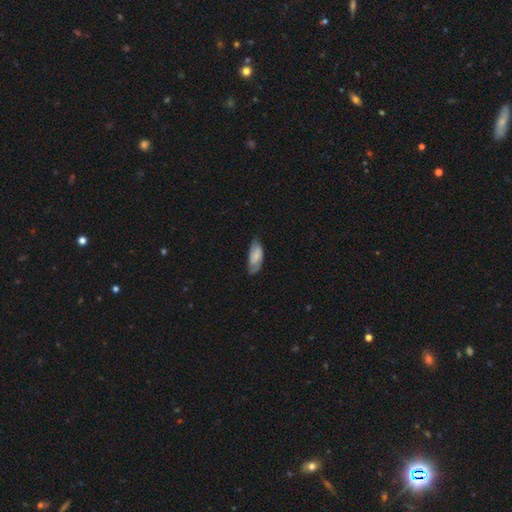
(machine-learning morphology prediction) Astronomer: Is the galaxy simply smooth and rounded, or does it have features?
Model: smooth — 59% (runner-up: featured or disk, 35%).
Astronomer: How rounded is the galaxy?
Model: in between — 85%.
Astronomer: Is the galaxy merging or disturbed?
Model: none — 59%.